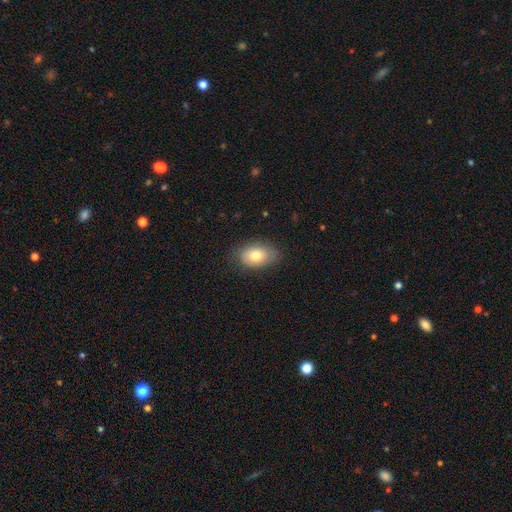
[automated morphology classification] smooth-or-featured: smooth: 75% | featured or disk: 17% | star or artifact: 8%
  how-rounded: in between: 87% | round: 12% | cigar-shaped: 1%
  merging: none: 79% | minor disturbance: 16% | major disturbance: 4% | merger: 1%